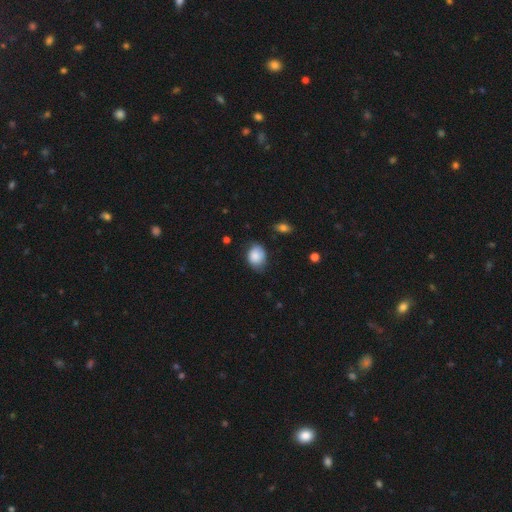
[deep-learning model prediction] Q: Smooth or featured?
A: smooth (83%); runner-up: featured or disk (10%)
Q: How rounded?
A: in between (62%); runner-up: round (37%)
Q: Merging?
A: none (63%); runner-up: minor disturbance (30%)